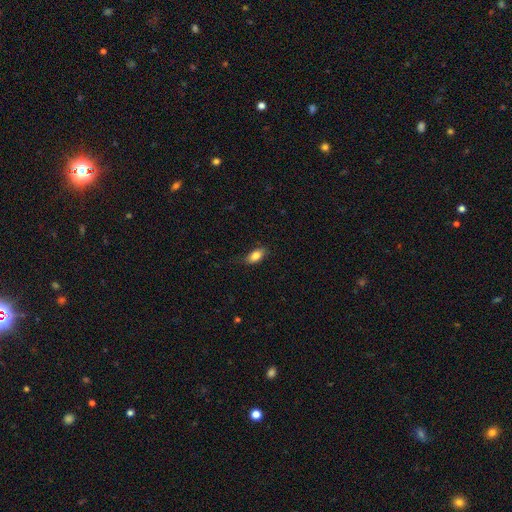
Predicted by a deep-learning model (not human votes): Q: Smooth or featured?
A: smooth (83%); runner-up: featured or disk (10%)
Q: How rounded?
A: in between (88%); runner-up: cigar-shaped (7%)
Q: Merging?
A: none (77%); runner-up: minor disturbance (18%)